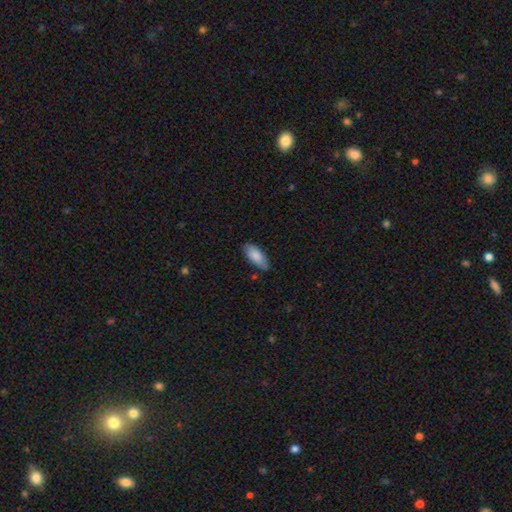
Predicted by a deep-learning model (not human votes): Overall: smooth (85%). How rounded: in between (85%). Merging: none (76%).